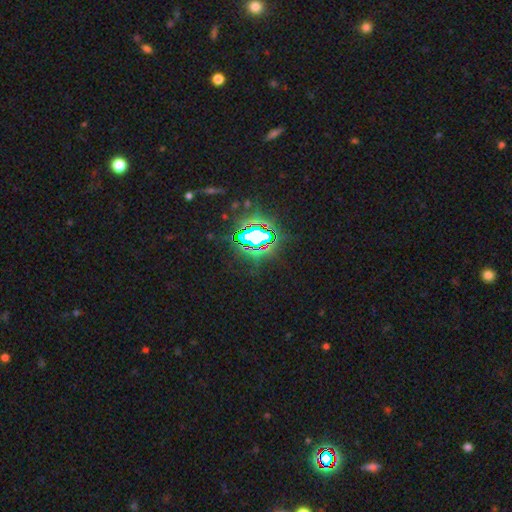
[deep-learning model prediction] Q: Smooth or featured?
A: star or artifact (82%); runner-up: smooth (10%)